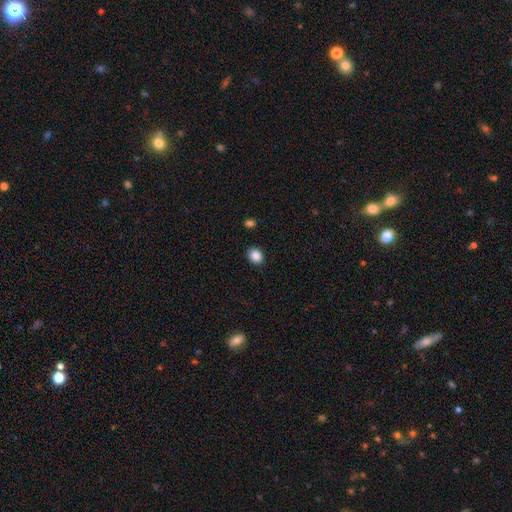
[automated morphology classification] A smooth galaxy with no disk features (87%) that is round (59%).

Vote fractions:
- Smooth or featured? smooth: 87% / star or artifact: 10% / featured or disk: 4%
- How rounded? round: 59% / in between: 40% / cigar-shaped: 1%
- Merging? none: 89% / minor disturbance: 7% / major disturbance: 2% / merger: 1%